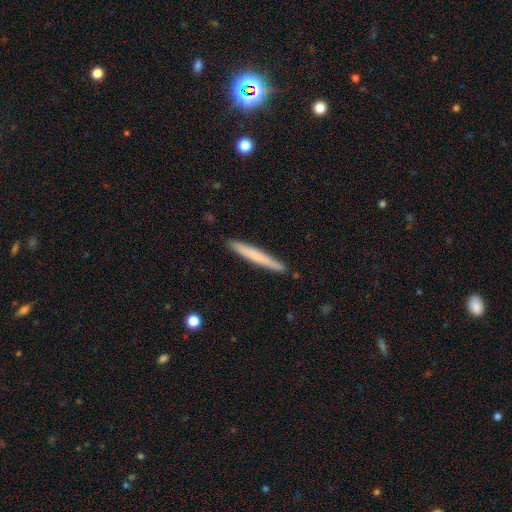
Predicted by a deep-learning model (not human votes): smooth 66%, featured or disk 28%, star or artifact 5%. Down the decision tree: how rounded — cigar-shaped (96%); merging — none (91%).